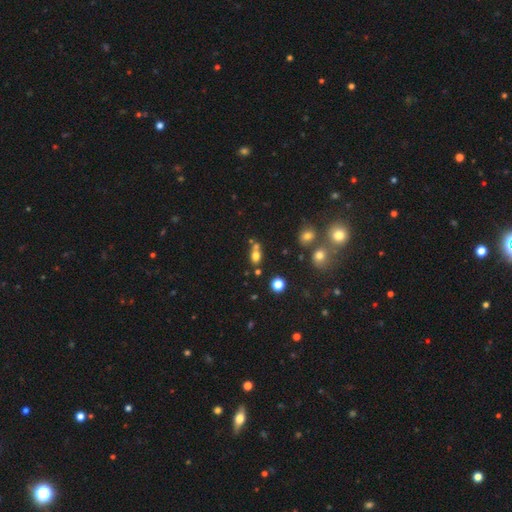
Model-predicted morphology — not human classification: A smooth galaxy with no disk features (70%) that is in between round and cigar-shaped (61%).

Vote fractions:
- Smooth or featured? smooth: 70% / star or artifact: 15% / featured or disk: 15%
- How rounded? in between: 61% / round: 34% / cigar-shaped: 5%
- Merging? none: 47% / merger: 34% / minor disturbance: 13% / major disturbance: 5%